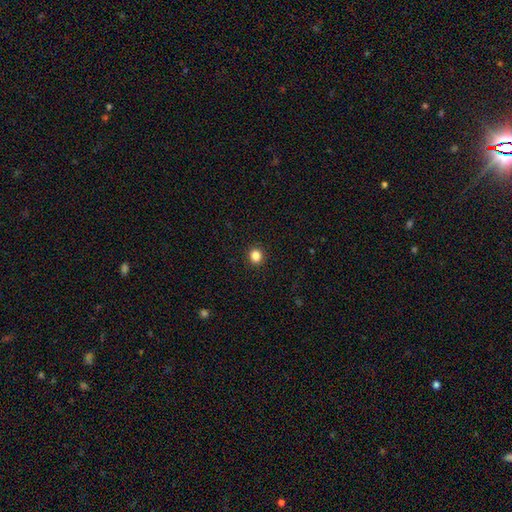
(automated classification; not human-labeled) Q: Smooth or featured?
A: smooth (84%); runner-up: star or artifact (12%)
Q: How rounded?
A: round (86%); runner-up: in between (13%)
Q: Merging?
A: none (93%); runner-up: minor disturbance (5%)